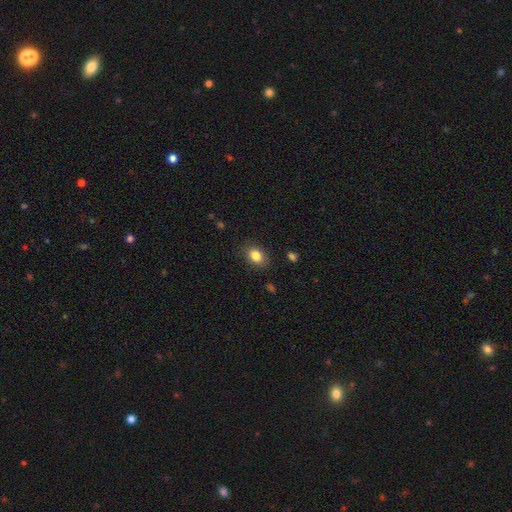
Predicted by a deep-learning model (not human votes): This is clearly a smooth galaxy (84%). How rounded: likely in between (72%). Merging: clearly none (85%).